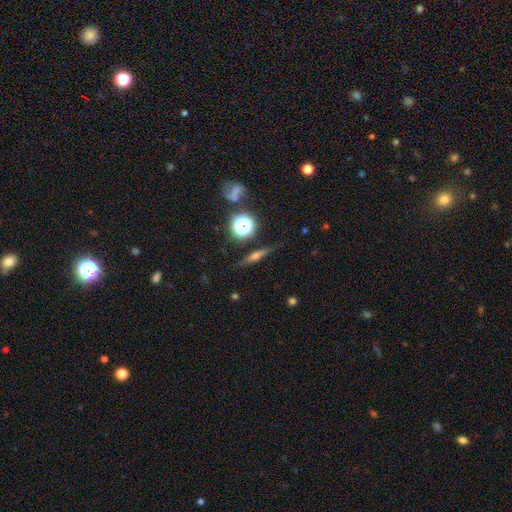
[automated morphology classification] Q: Smooth or featured?
A: featured or disk (52%); runner-up: smooth (30%)
Q: Edge-on disk?
A: yes (91%); runner-up: no (9%)
Q: Merging?
A: none (84%); runner-up: minor disturbance (11%)